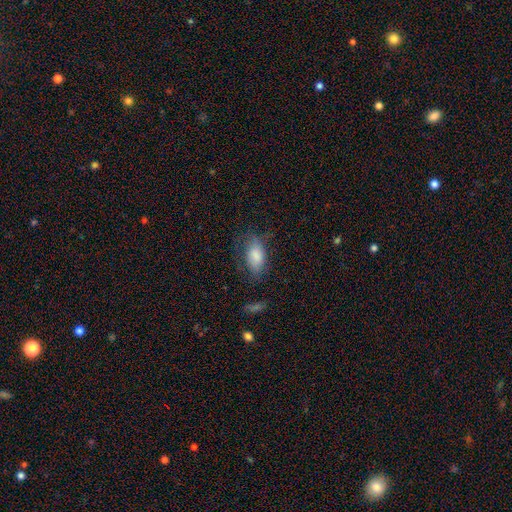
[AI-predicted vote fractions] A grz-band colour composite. It shows a smooth galaxy with no disk features (76%) that is in between round and cigar-shaped (91%). Merging: none (53%).